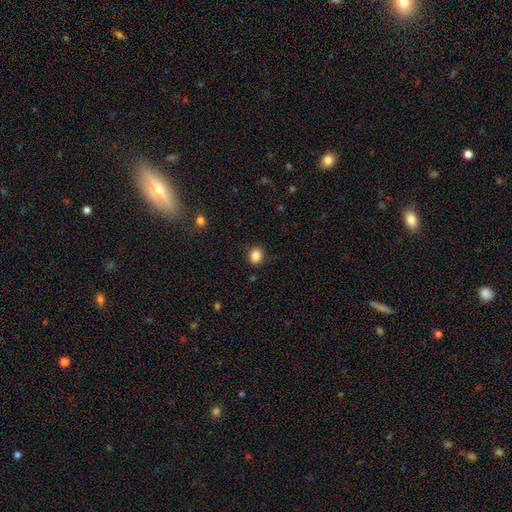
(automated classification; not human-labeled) Morphology: type=smooth (85%); roundness=round (58%); merging=none (86%).